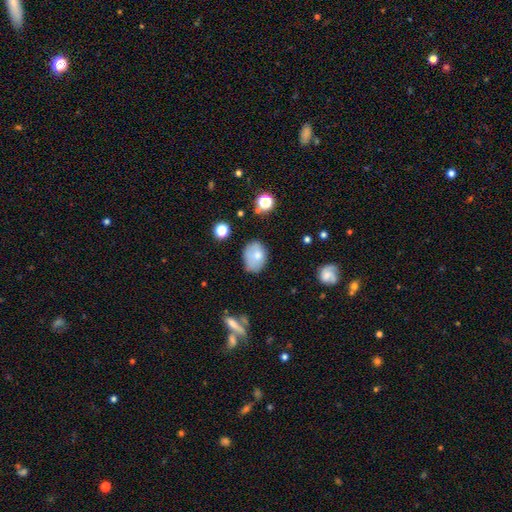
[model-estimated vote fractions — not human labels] The model was most divided on "merging": none: 56%, minor disturbance: 29%, major disturbance: 10%, merger: 5%. More confident: smooth or featured — smooth (73%); how rounded — in between (72%).